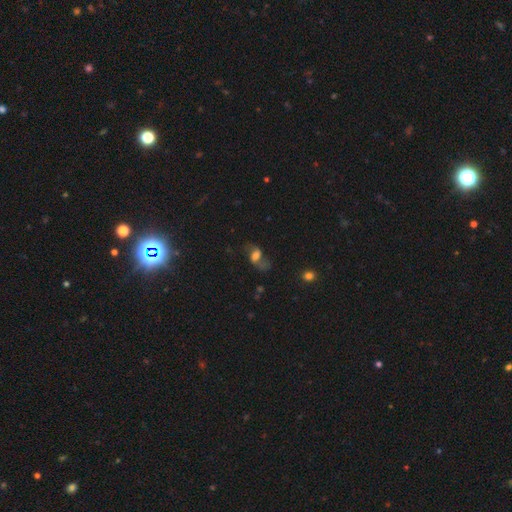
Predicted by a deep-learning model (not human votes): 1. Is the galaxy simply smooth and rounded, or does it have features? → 47% featured or disk, 38% smooth, 15% star or artifact.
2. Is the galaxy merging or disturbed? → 49% none, 25% major disturbance, 19% minor disturbance, 8% merger.